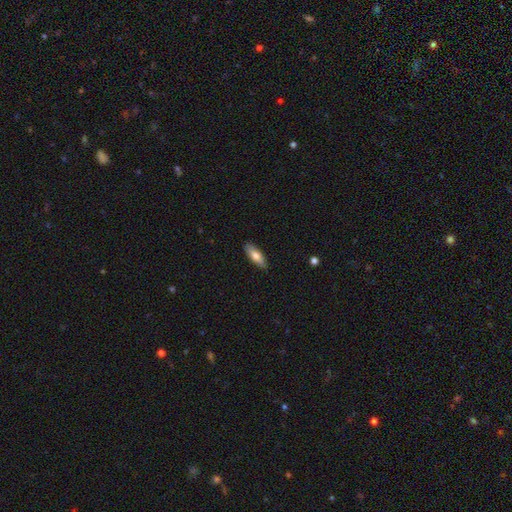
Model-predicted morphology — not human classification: Q: Smooth or featured?
A: smooth (74%); runner-up: featured or disk (20%)
Q: How rounded?
A: in between (64%); runner-up: cigar-shaped (34%)
Q: Merging?
A: none (87%); runner-up: minor disturbance (10%)